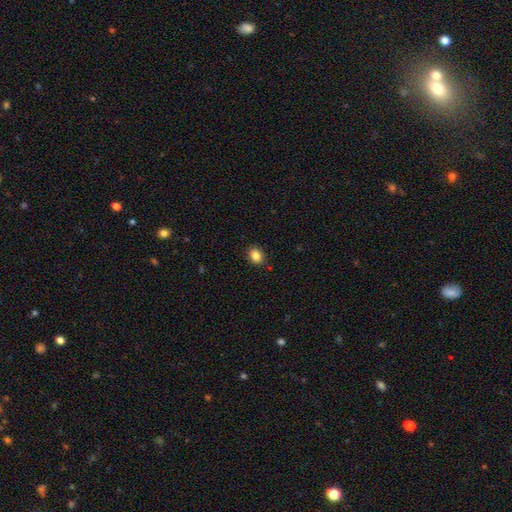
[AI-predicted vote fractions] Q: Smooth or featured?
A: smooth (85%); runner-up: star or artifact (10%)
Q: How rounded?
A: round (56%); runner-up: in between (44%)
Q: Merging?
A: none (89%); runner-up: minor disturbance (8%)